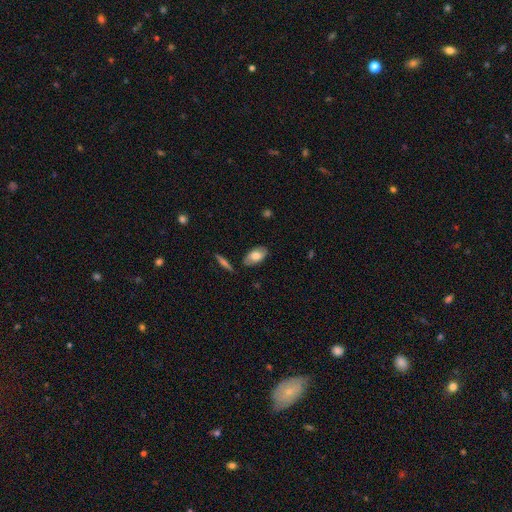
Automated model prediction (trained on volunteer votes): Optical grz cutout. It shows a smooth galaxy with no disk features (70%) that is in between round and cigar-shaped (93%). Merging: none (81%).